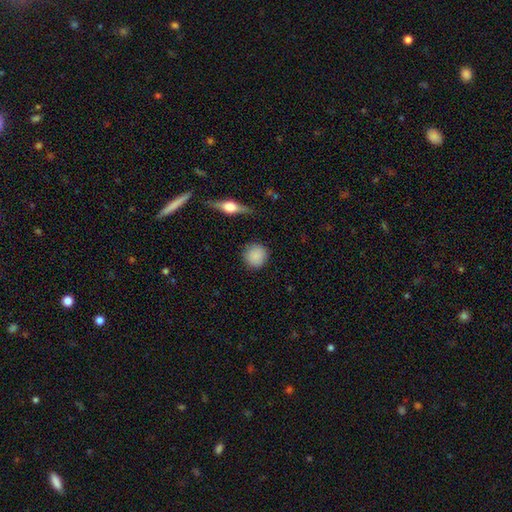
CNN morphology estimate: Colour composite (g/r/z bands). It shows a smooth galaxy with no disk features (86%) that is round (92%). Merging: none (86%).